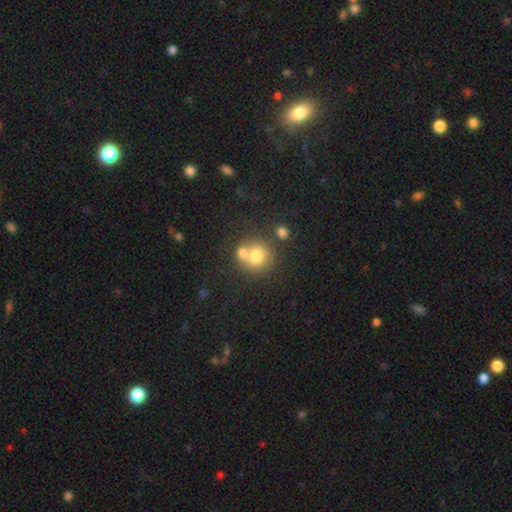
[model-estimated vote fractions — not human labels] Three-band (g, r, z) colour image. It shows a smooth galaxy with no disk features (73%) that is round (85%). Merging: merger (45%).